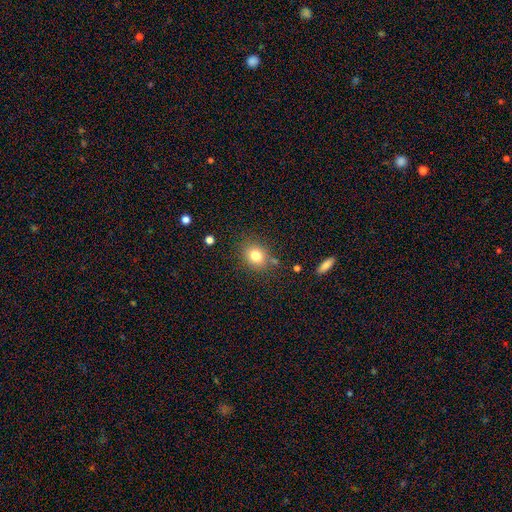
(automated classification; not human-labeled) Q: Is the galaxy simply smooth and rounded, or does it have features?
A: smooth — 80%.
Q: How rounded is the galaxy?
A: round — 62%.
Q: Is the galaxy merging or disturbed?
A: none — 79%.